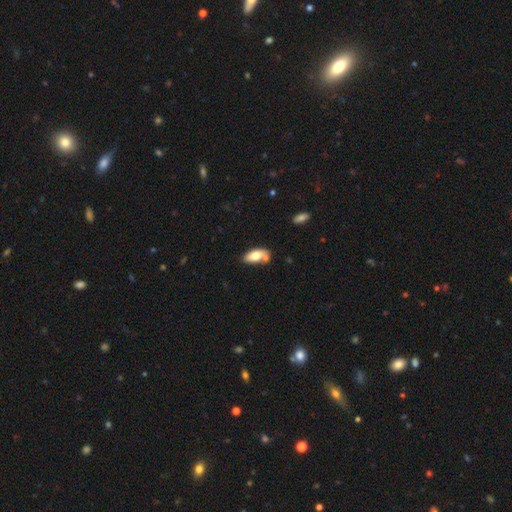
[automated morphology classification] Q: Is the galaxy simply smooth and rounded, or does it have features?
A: smooth — 72%.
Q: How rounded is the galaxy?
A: in between — 88%.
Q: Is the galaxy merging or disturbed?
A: none — 53%.